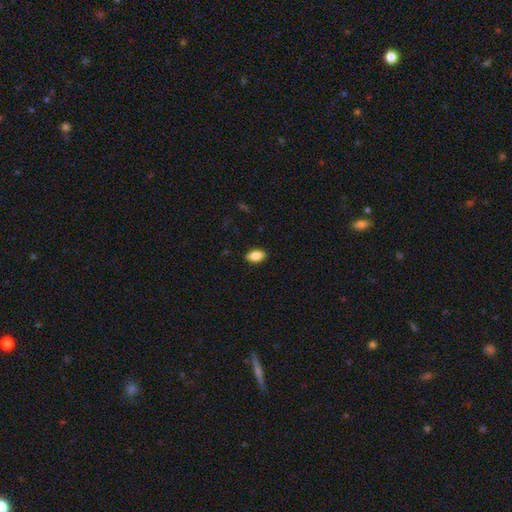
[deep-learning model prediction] smooth 83%, featured or disk 10%, star or artifact 7%. Down the decision tree: how rounded — in between (91%); merging — none (89%).